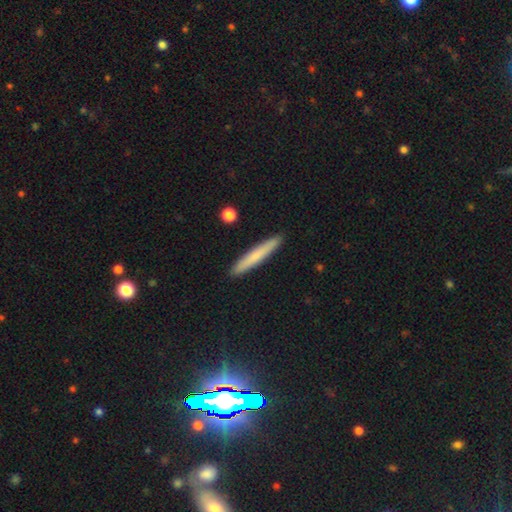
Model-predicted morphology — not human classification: Smooth or featured?
  - smooth: 73% *
  - featured or disk: 21%
  - star or artifact: 6%
How rounded?
  - cigar-shaped: 96% *
  - in between: 3%
  - round: 1%
Merging?
  - none: 92% *
  - minor disturbance: 5%
  - merger: 1%
  - major disturbance: 1%